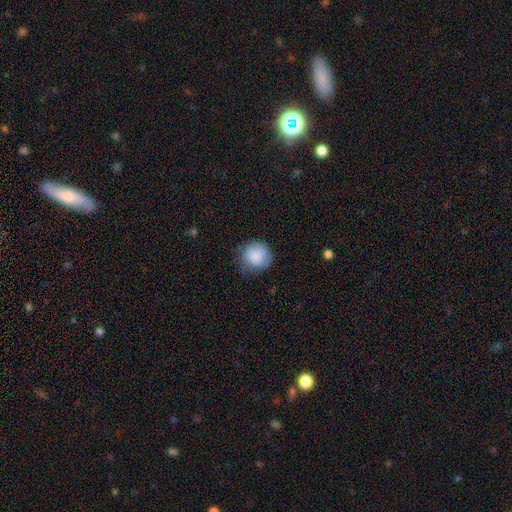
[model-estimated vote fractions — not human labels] Overall: smooth (86%). How rounded: round (89%). Merging: none (68%).